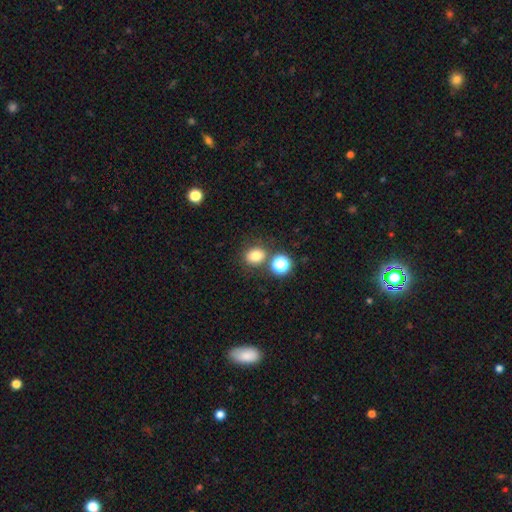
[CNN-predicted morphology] This appears to be a smooth galaxy with no disk features (78%) that is round (61%). Merging: none (73%).